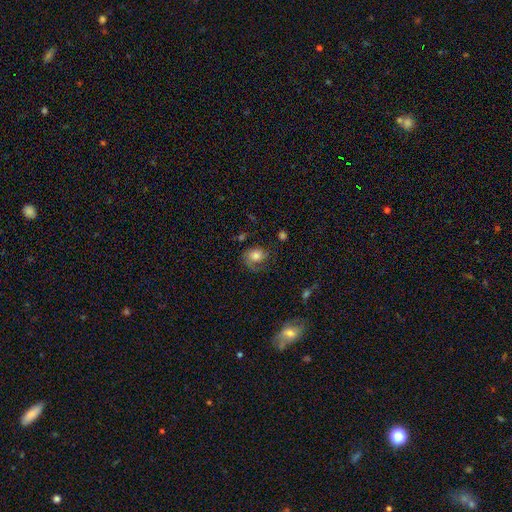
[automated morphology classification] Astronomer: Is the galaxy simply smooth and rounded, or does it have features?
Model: smooth — 48% (runner-up: featured or disk, 42%).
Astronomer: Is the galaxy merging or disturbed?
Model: none — 53%.